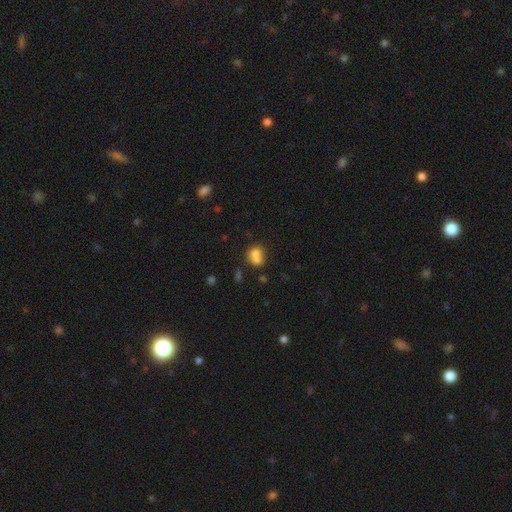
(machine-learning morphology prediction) Smooth or featured: smooth — 72% (featured or disk — 16%)
How rounded: round — 61% (in between — 37%)
Merging: merger — 56% (none — 29%)